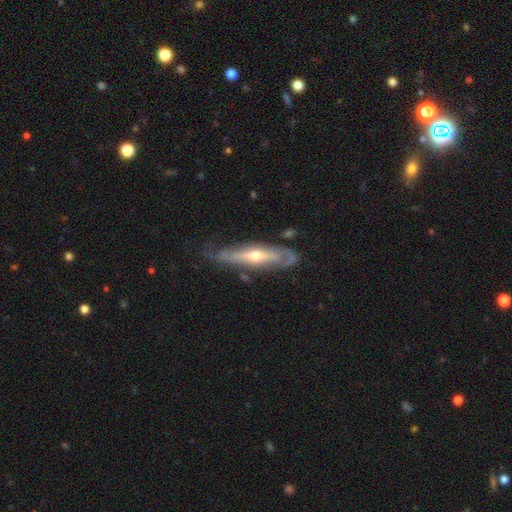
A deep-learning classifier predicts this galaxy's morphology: A featured or disk galaxy (77%).

Vote fractions:
- Smooth or featured? featured or disk: 77% / smooth: 18% / star or artifact: 5%
- Edge-on disk? no: 55% / yes: 45%
- Merging? none: 59% / minor disturbance: 25% / major disturbance: 13% / merger: 3%